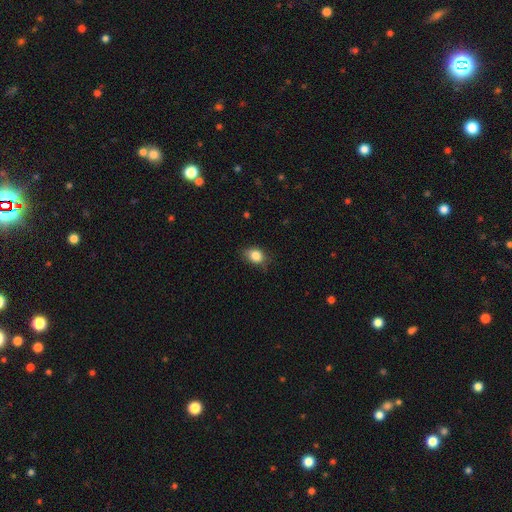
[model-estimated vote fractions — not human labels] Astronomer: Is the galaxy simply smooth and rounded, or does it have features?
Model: smooth — 85%.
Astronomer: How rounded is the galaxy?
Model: in between — 62%.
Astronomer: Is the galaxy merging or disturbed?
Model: none — 71%.